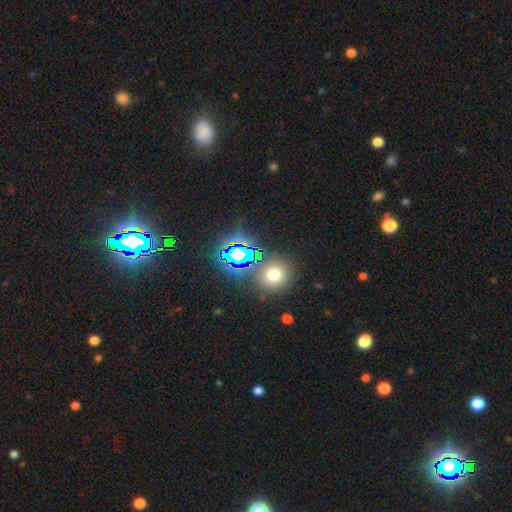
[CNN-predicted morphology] This appears to be a star or artifact, not a galaxy (48%).